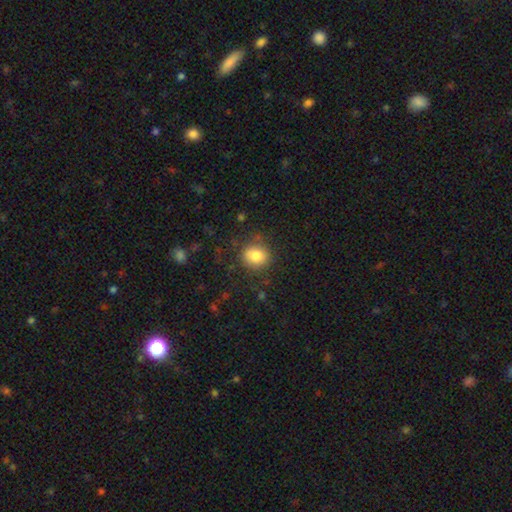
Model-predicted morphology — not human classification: A smooth galaxy with no disk features (83%) that is round (71%). Merging: none (79%).